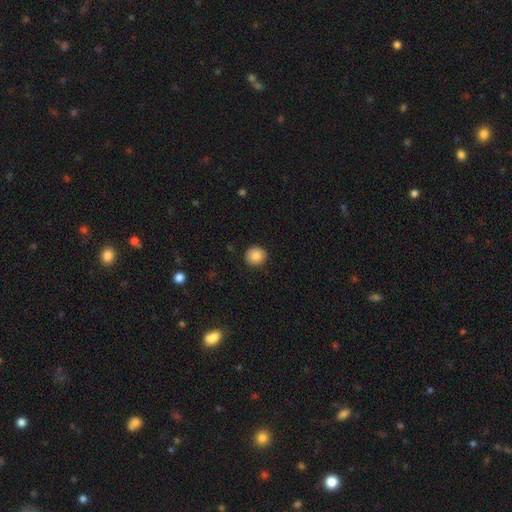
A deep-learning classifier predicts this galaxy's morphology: Smooth or featured? Predicted: smooth (p=0.85). How rounded? Predicted: round (p=0.92). Merging? Predicted: none (p=0.90).